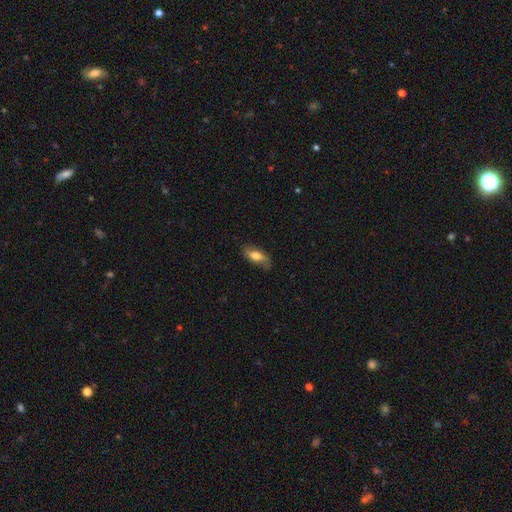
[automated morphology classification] The model was most divided on "smooth or featured": smooth: 67%, featured or disk: 26%, star or artifact: 7%. More confident: how rounded — in between (76%); merging — none (73%).